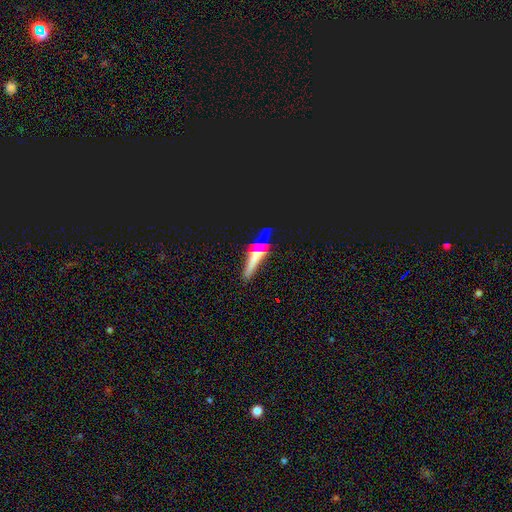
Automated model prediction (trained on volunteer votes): smooth_or_featured: star or artifact (p=0.41) [alt: smooth p=0.32]